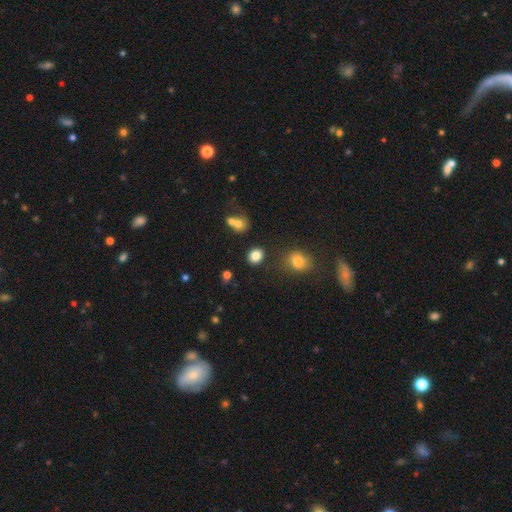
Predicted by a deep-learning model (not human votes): Overall: smooth (83%). How rounded: round (61%; in between 38%). Merging: none (82%).